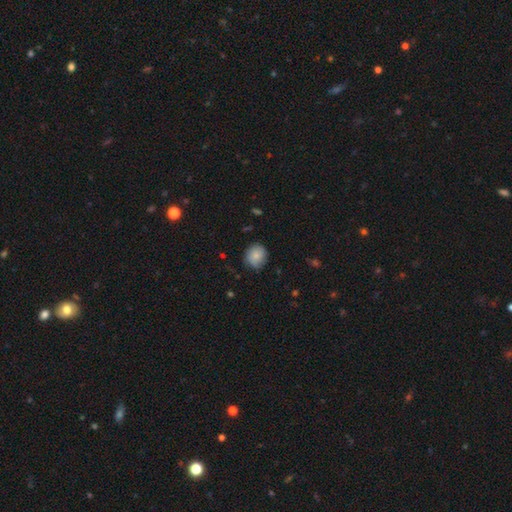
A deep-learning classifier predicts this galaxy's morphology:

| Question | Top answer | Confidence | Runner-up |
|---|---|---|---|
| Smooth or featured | smooth | 83% | featured or disk (10%) |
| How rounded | round | 80% | in between (19%) |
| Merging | none | 76% | minor disturbance (19%) |